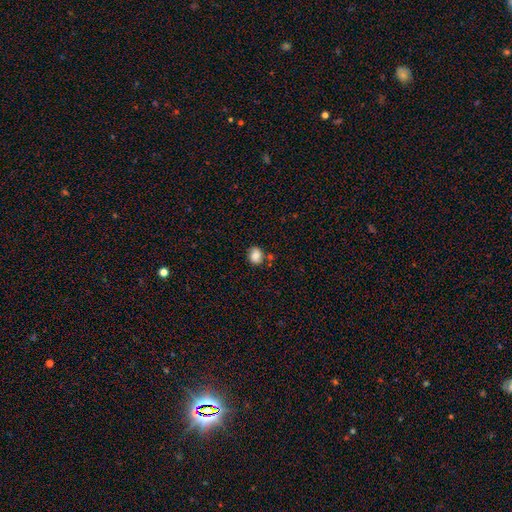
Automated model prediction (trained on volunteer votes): smooth 81%, star or artifact 9%, featured or disk 9%. Down the decision tree: how rounded — round (59%); merging — none (69%).